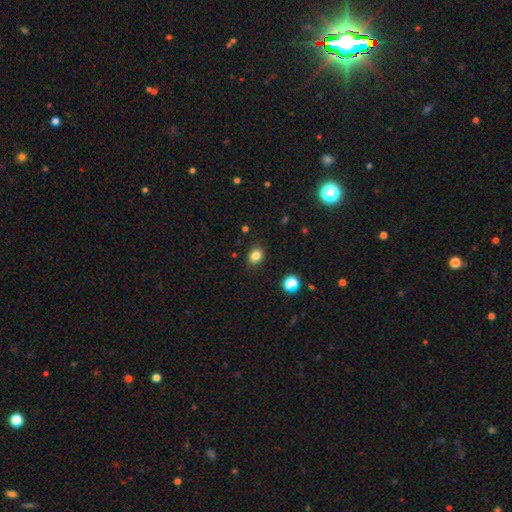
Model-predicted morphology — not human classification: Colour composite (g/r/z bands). It shows a smooth galaxy with no disk features (82%) that is in between round and cigar-shaped (61%). Merging: none (86%).